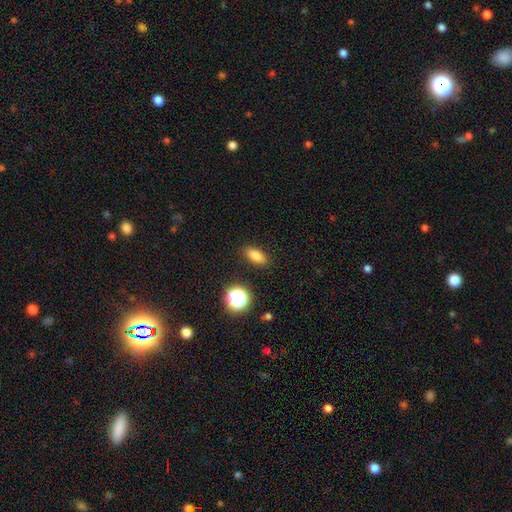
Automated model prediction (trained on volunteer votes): smooth_or_featured: smooth (p=0.81) [alt: star or artifact p=0.12]
how_rounded: in between (p=0.77) [alt: cigar-shaped p=0.13]
merging: none (p=0.88) [alt: minor disturbance p=0.08]